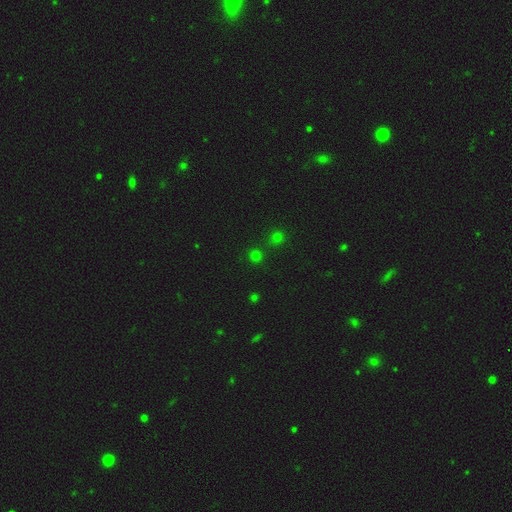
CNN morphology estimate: Smooth or featured? Predicted: smooth (p=0.65). How rounded? Predicted: round (p=0.92). Merging? Predicted: none (p=0.81).